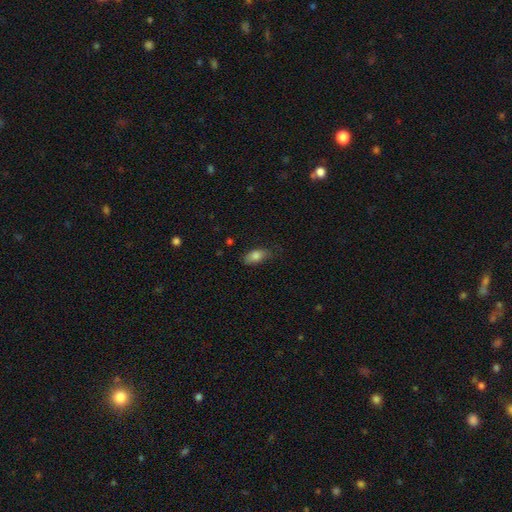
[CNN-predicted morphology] type=smooth (81%); roundness=in between (89%); merging=none (73%).